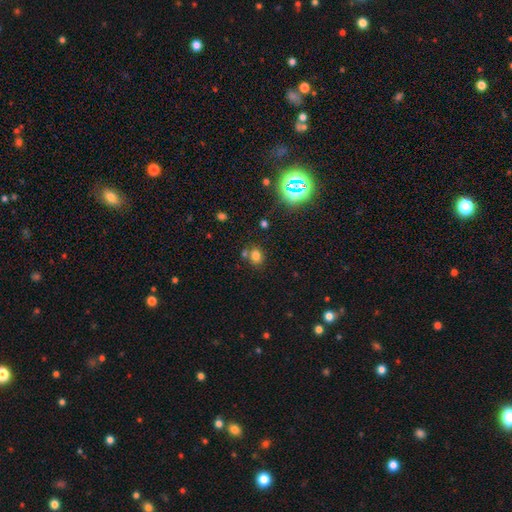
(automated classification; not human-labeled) Overall: smooth (73%). How rounded: round (54%; in between 45%). Merging: none (65%).